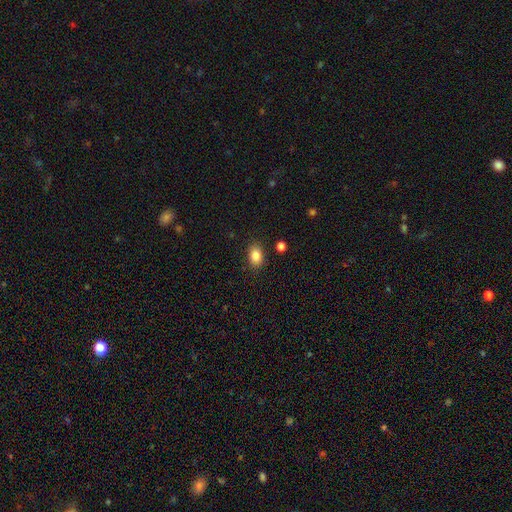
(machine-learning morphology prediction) smooth-or-featured: smooth: 85% | star or artifact: 9% | featured or disk: 6%
  how-rounded: in between: 79% | round: 20% | cigar-shaped: 1%
  merging: none: 86% | minor disturbance: 9% | major disturbance: 2% | merger: 2%